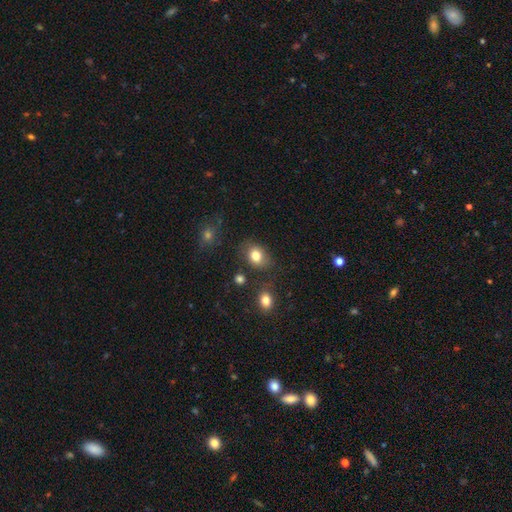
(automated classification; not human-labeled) Smooth or featured: smooth — 81% (star or artifact — 10%)
How rounded: in between — 58% (round — 41%)
Merging: none — 73% (minor disturbance — 17%)